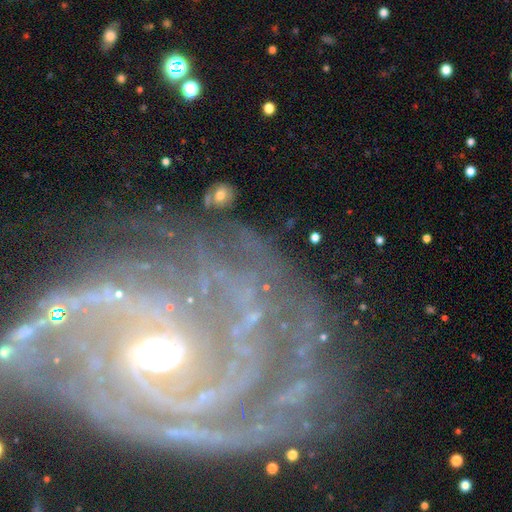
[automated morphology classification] Smooth or featured: featured or disk — 84% (star or artifact — 10%)
Edge-on disk: no — 96% (yes — 4%)
Bar: no — 47% (weak — 30%)
Spiral arms: yes — 92% (no — 8%)
Spiral winding: tight — 64% (medium — 27%)
Spiral arm count: can't tell — 27% (2 — 21%)
Bulge size: small — 47% (moderate — 40%)
Merging: none — 68% (minor disturbance — 16%)